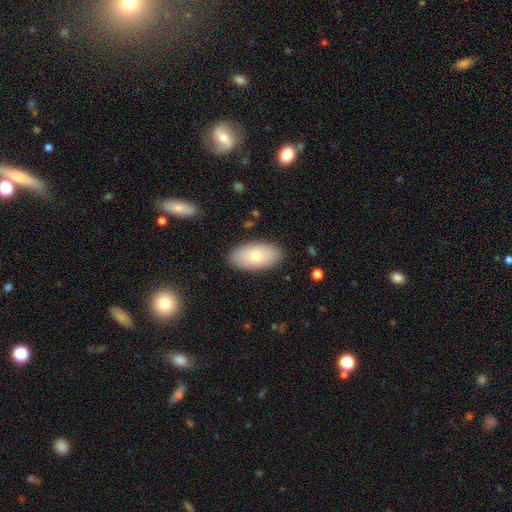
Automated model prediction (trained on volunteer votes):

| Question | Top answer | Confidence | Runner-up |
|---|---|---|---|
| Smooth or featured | smooth | 75% | featured or disk (19%) |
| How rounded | in between | 95% | round (3%) |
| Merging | none | 88% | minor disturbance (9%) |